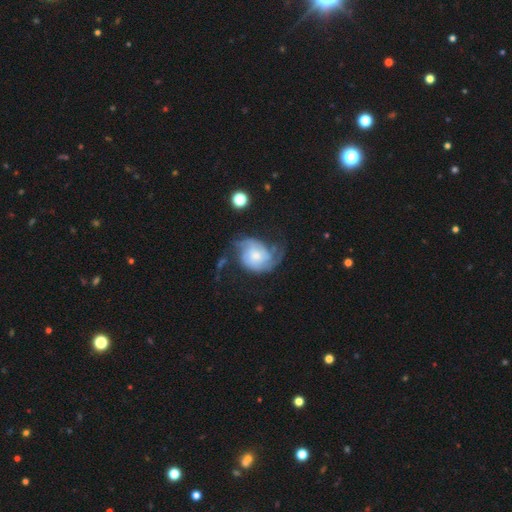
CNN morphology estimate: featured or disk 75%, smooth 18%, star or artifact 6%. Down the decision tree: edge-on disk — no (98%); bar — no (71%); spiral arms — yes (92%); spiral arm count — 2 (66%); spiral winding — medium (42%); bulge size — small (49%); merging — none (46%).